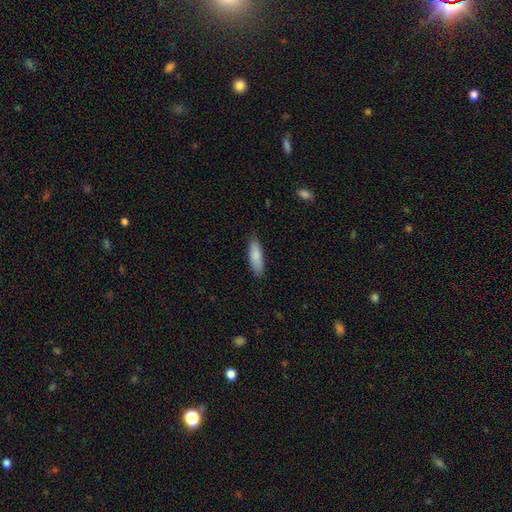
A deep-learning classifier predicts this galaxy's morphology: Q: Smooth or featured?
A: smooth (86%); runner-up: featured or disk (9%)
Q: How rounded?
A: cigar-shaped (54%); runner-up: in between (44%)
Q: Merging?
A: none (85%); runner-up: minor disturbance (11%)